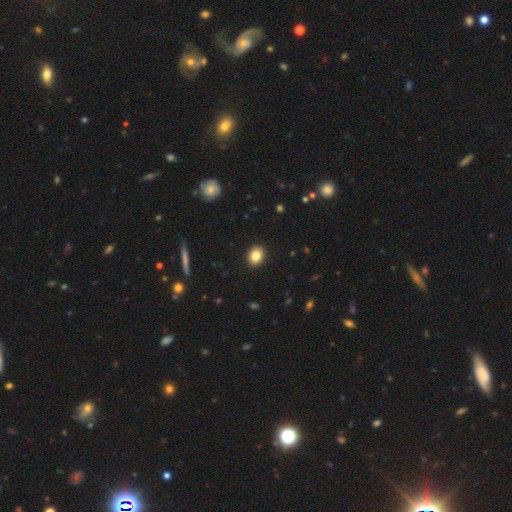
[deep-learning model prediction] Overall: smooth (83%). How rounded: in between (52%; round 47%). Merging: none (92%).